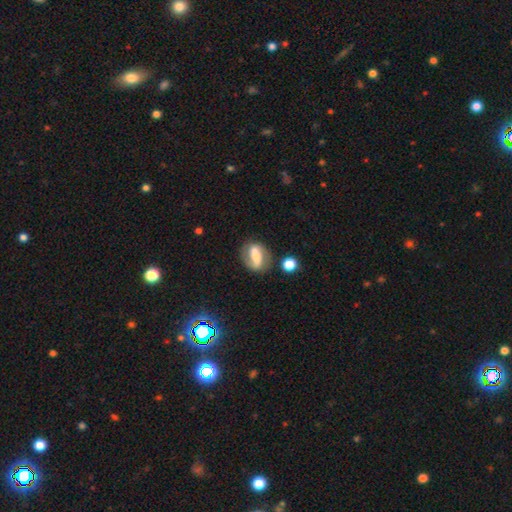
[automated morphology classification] This appears to be a featured or disk galaxy (52%). Merging: none (70%).